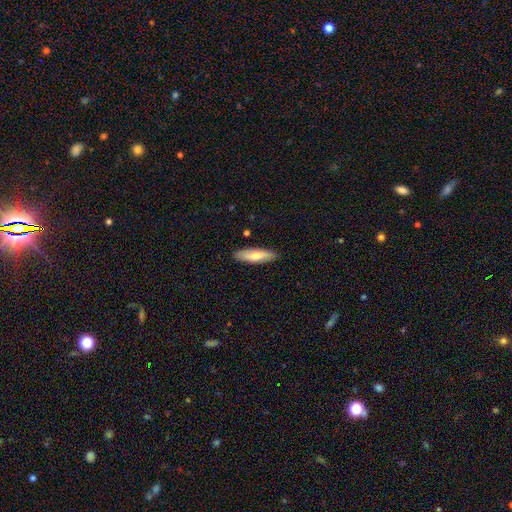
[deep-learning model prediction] Overall: smooth (68%). How rounded: cigar-shaped (59%; in between 39%). Merging: none (88%).